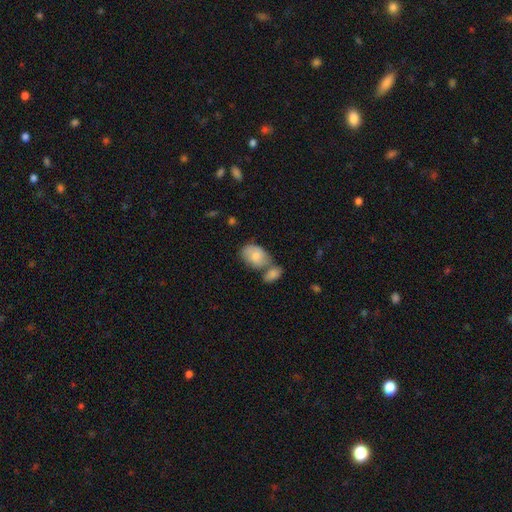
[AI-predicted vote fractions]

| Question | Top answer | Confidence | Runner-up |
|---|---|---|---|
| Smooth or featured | smooth | 79% | featured or disk (15%) |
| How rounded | in between | 85% | round (14%) |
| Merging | merger | 44% | none (37%) |